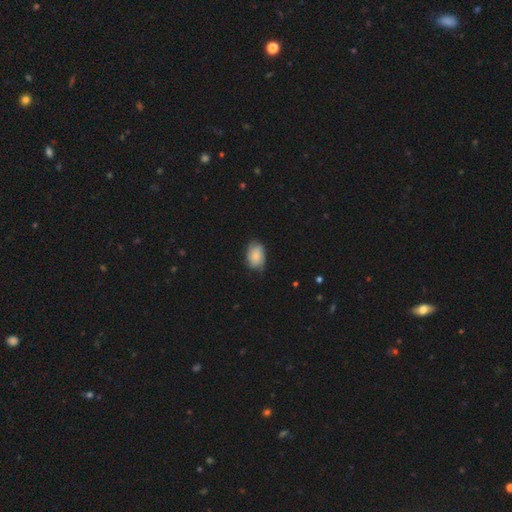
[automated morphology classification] This appears to be a smooth galaxy with no disk features (72%) that is in between round and cigar-shaped (86%). Merging: none (66%).